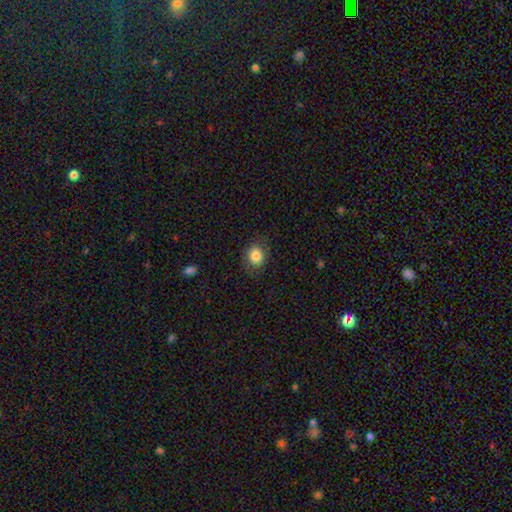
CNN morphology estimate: smooth 85%, star or artifact 9%, featured or disk 7%. Down the decision tree: how rounded — round (59%); merging — none (81%).